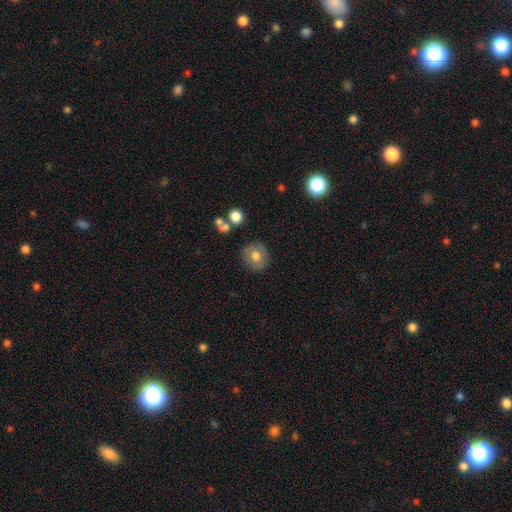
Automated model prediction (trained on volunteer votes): Smooth or featured: smooth — 69% (featured or disk — 22%)
How rounded: round — 87% (in between — 12%)
Merging: none — 84% (minor disturbance — 10%)